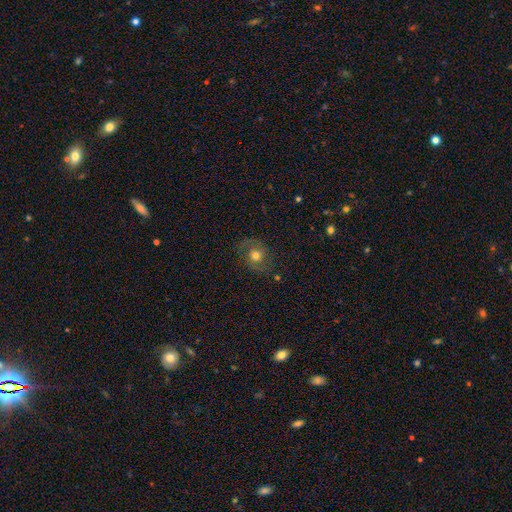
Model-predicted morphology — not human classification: Overall: featured or disk (55%; smooth 33%). Edge-on disk: no (97%). Bar: no (75%). Spiral arms: yes (84%). Bulge size: moderate (65%). Merging: none (77%).